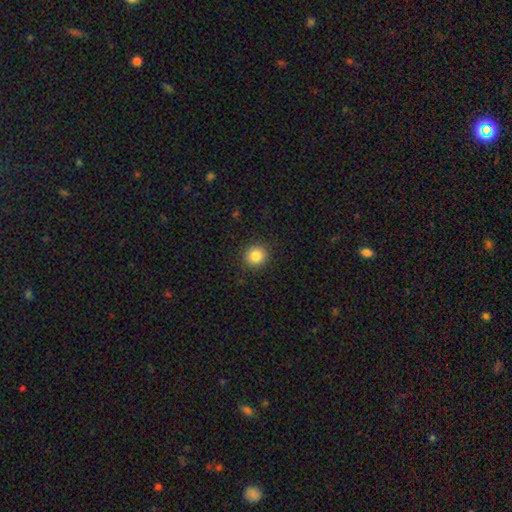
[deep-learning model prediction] Smooth or featured? Predicted: smooth (p=0.84). How rounded? Predicted: round (p=0.91). Merging? Predicted: none (p=0.91).